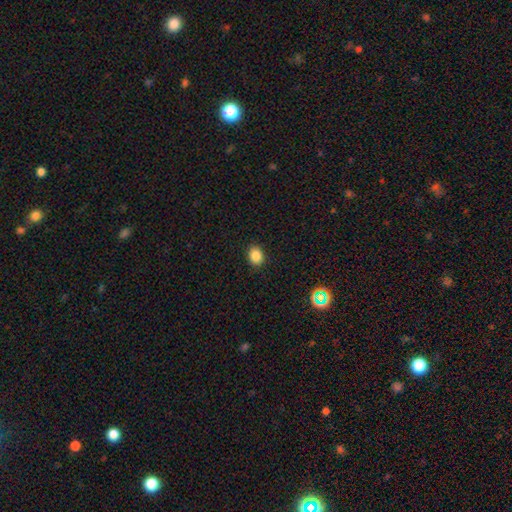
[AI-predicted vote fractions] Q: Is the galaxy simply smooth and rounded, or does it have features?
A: smooth — 85%.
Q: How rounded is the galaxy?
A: in between — 54%.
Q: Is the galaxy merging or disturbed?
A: none — 90%.